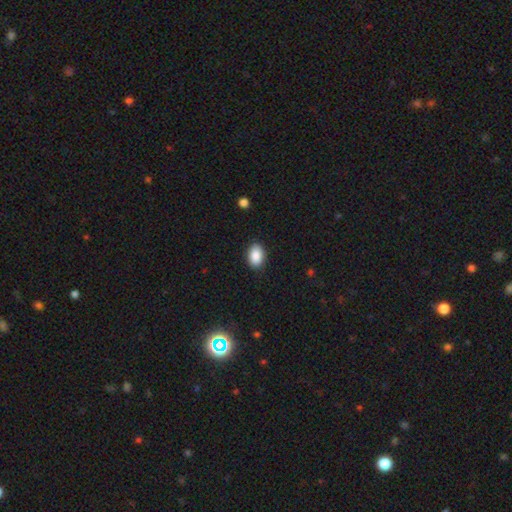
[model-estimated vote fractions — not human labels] Q: Smooth or featured?
A: smooth (89%); runner-up: star or artifact (7%)
Q: How rounded?
A: in between (86%); runner-up: round (13%)
Q: Merging?
A: none (88%); runner-up: minor disturbance (9%)